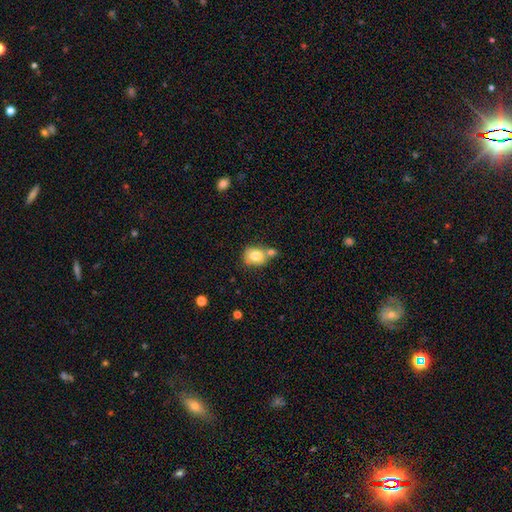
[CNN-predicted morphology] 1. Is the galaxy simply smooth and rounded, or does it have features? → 76% smooth, 15% featured or disk, 9% star or artifact.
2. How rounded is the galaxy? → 62% round, 37% in between, 1% cigar-shaped.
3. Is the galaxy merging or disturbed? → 44% none, 33% merger, 17% minor disturbance, 6% major disturbance.